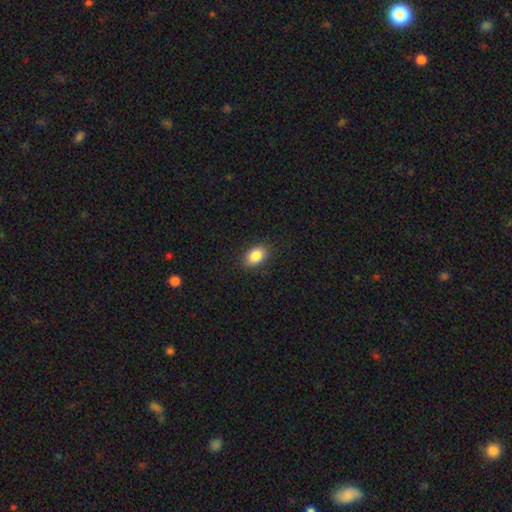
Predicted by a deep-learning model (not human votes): The model was most divided on "how rounded": in between: 82%, round: 16%, cigar-shaped: 1%. More confident: merging — none (88%); smooth or featured — smooth (87%).